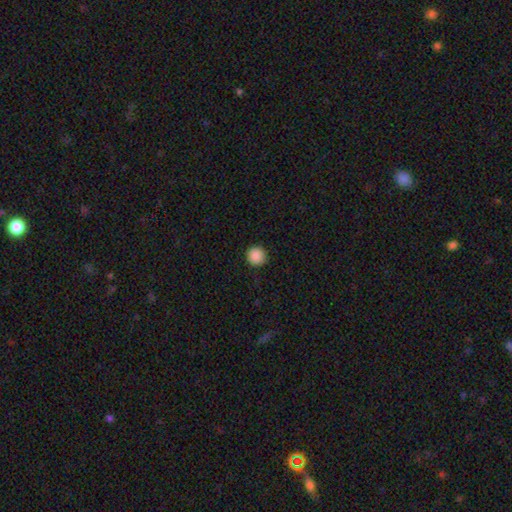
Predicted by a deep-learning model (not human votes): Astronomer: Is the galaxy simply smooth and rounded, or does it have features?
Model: smooth — 89%.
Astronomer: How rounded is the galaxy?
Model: round — 95%.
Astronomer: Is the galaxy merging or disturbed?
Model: none — 92%.